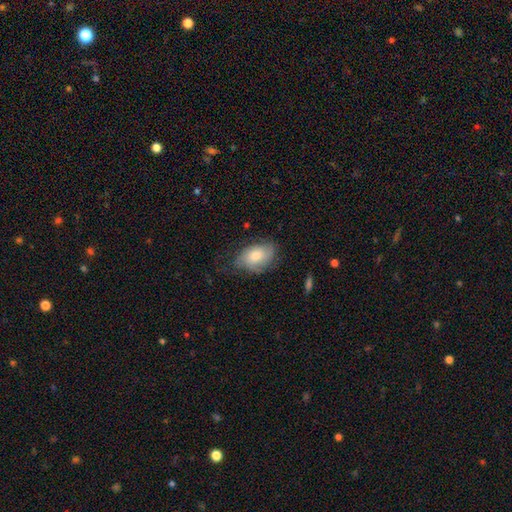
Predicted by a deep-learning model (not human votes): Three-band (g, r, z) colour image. It shows a smooth galaxy with no disk features (69%) that is in between round and cigar-shaped (87%). Merging: none (53%).